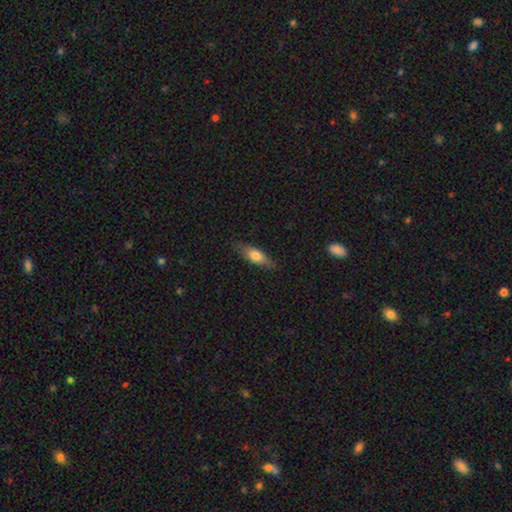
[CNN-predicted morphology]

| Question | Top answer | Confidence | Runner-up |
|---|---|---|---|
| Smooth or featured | smooth | 65% | featured or disk (29%) |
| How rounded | in between | 53% | cigar-shaped (44%) |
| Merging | none | 81% | minor disturbance (15%) |